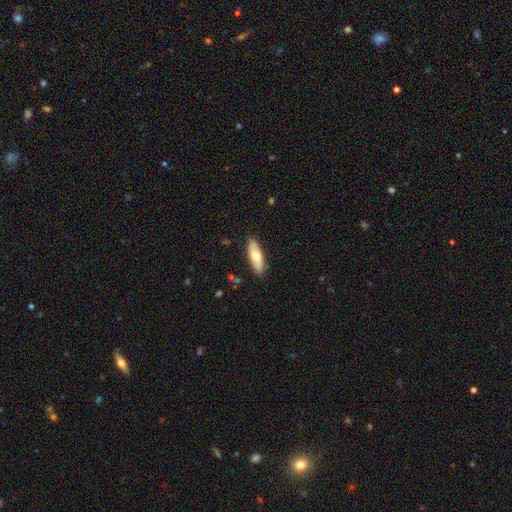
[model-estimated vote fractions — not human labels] Smooth or featured? Predicted: smooth (p=0.66). How rounded? Predicted: in between (p=0.60). Merging? Predicted: none (p=0.86).